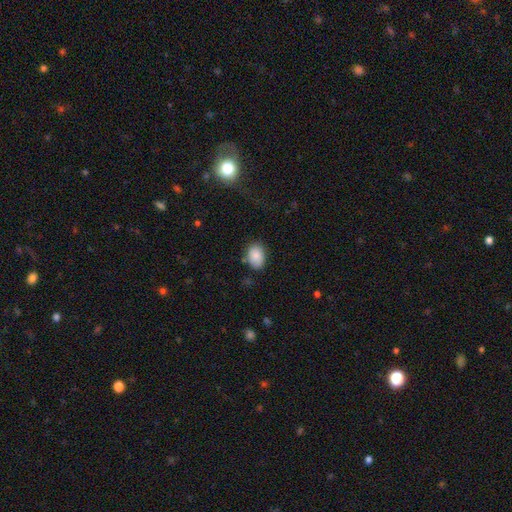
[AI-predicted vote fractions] smooth 86%, star or artifact 8%, featured or disk 6%. Down the decision tree: how rounded — in between (77%); merging — none (75%).